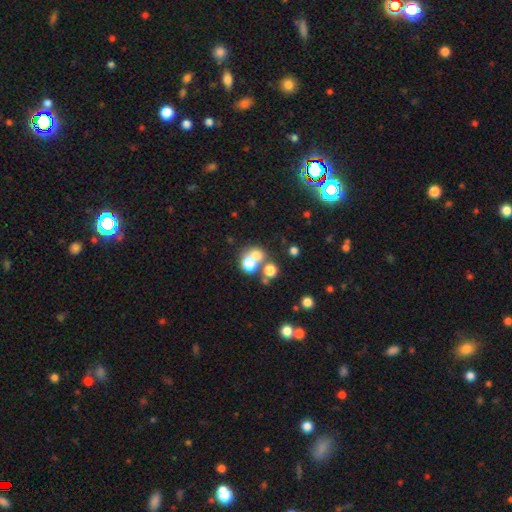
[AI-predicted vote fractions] Smooth or featured: smooth — 66% (star or artifact — 19%)
How rounded: round — 75% (in between — 24%)
Merging: merger — 46% (none — 41%)